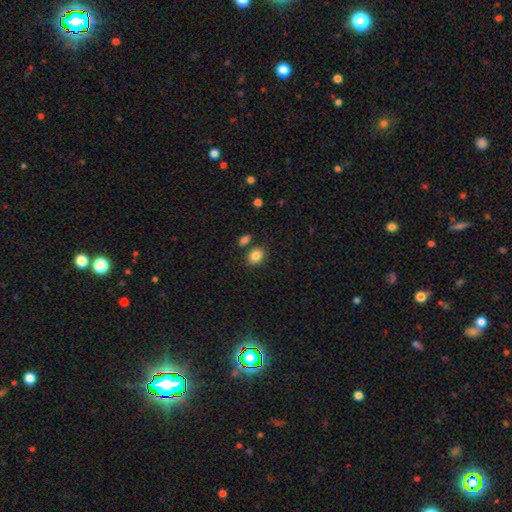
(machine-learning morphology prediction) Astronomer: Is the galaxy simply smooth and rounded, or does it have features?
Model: smooth — 85%.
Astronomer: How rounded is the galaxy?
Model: round — 60% (runner-up: in between, 39%).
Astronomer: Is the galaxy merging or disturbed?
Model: none — 76%.